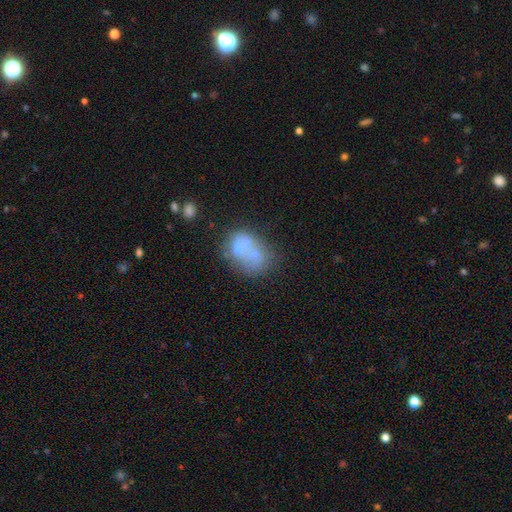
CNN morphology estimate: Q: Smooth or featured?
A: smooth (51%); runner-up: featured or disk (36%)
Q: How rounded?
A: in between (66%); runner-up: round (32%)
Q: Merging?
A: merger (48%); runner-up: none (27%)